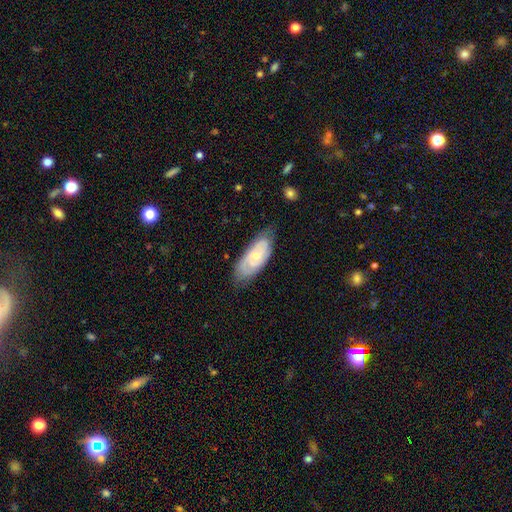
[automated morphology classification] A featured or disk galaxy (61%) with no bar (77%), spiral arms (72%) and a moderate central bulge (49%). Merging: none (70%).